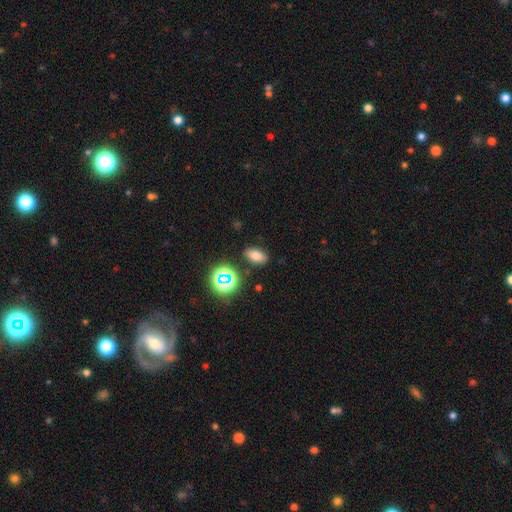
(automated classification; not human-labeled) Overall: smooth (73%). How rounded: in between (86%). Merging: none (85%).